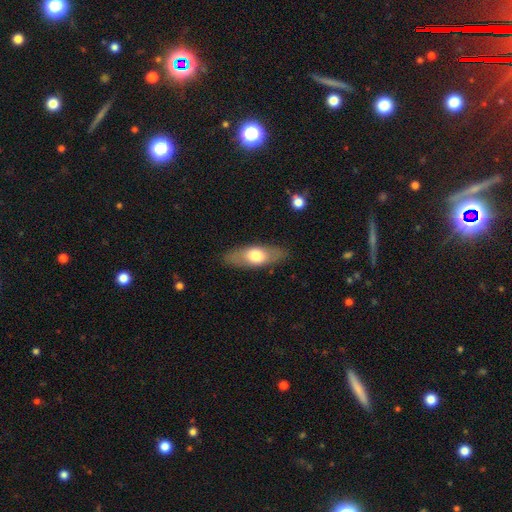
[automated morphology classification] smooth_or_featured: smooth (p=0.60) [alt: featured or disk p=0.34]
how_rounded: in between (p=0.70) [alt: cigar-shaped p=0.26]
merging: none (p=0.85) [alt: minor disturbance p=0.10]